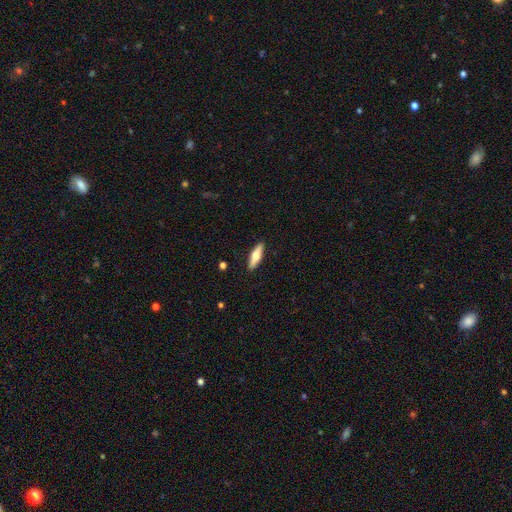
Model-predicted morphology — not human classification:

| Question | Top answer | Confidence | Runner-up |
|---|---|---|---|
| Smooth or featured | featured or disk | 49% | smooth (46%) |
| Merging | none | 90% | minor disturbance (7%) |